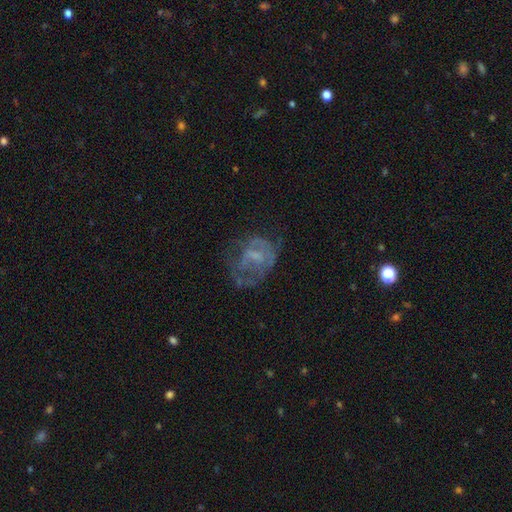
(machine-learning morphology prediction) Overall: featured or disk (58%; smooth 29%). Edge-on disk: no (97%). Bar: no (64%; weak 30%). Spiral arms: no (63%; yes 37%). Bulge size: none (44%; small 33%). Merging: none (42%; major disturbance 33%).